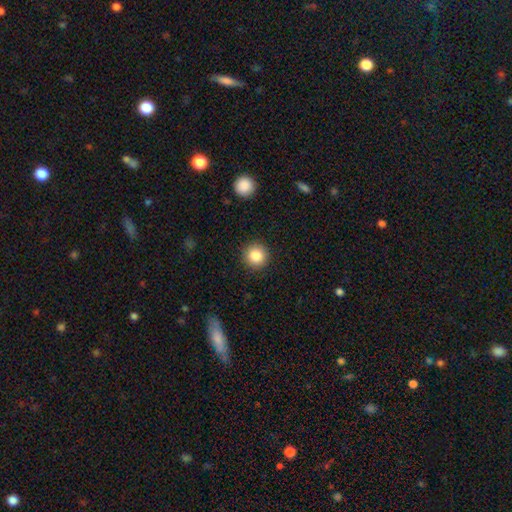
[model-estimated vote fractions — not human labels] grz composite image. It shows a smooth galaxy with no disk features (84%) that is round (94%). Merging: none (91%).